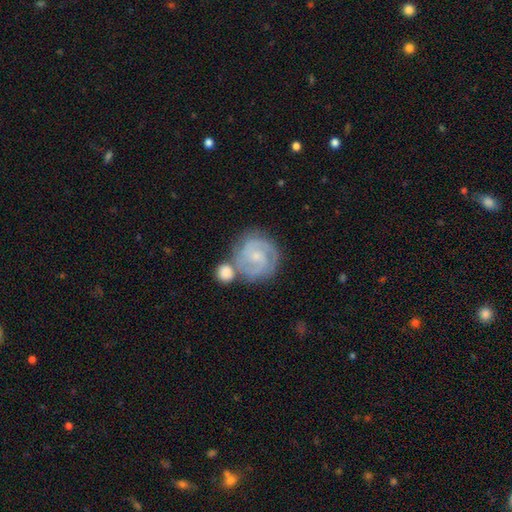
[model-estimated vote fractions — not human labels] Overall: featured or disk (79%). Edge-on disk: no (98%). Bar: no (64%; weak 30%). Spiral arms: yes (95%). Spiral arm count: 2 (49%; 3 22%). Spiral winding: tight (64%; medium 30%). Bulge size: small (72%). Merging: none (58%; merger 20%).